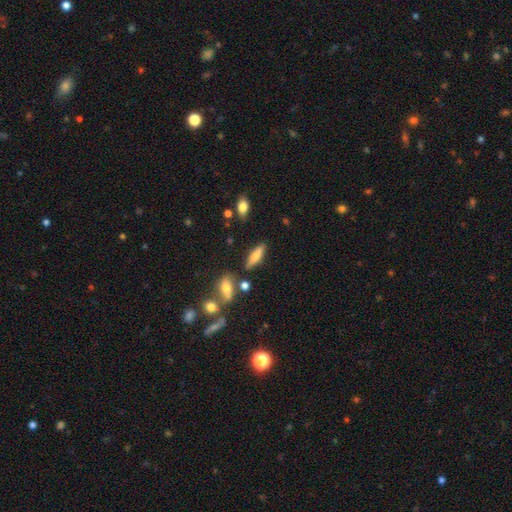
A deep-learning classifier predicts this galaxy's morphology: smooth 69%, featured or disk 23%, star or artifact 8%. Down the decision tree: how rounded — cigar-shaped (59%); merging — none (79%).